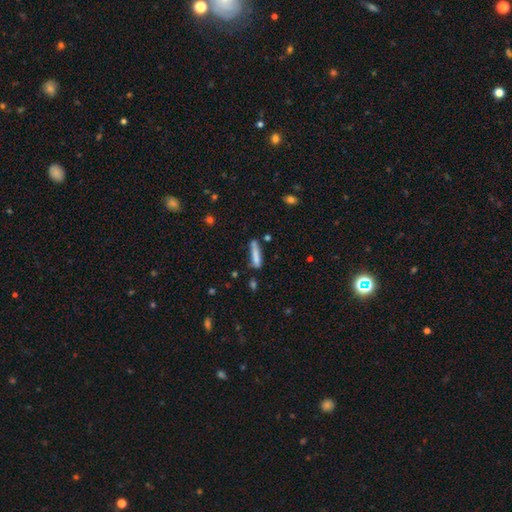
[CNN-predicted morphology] smooth 74%, featured or disk 18%, star or artifact 8%. Down the decision tree: how rounded — cigar-shaped (84%); merging — none (58%).